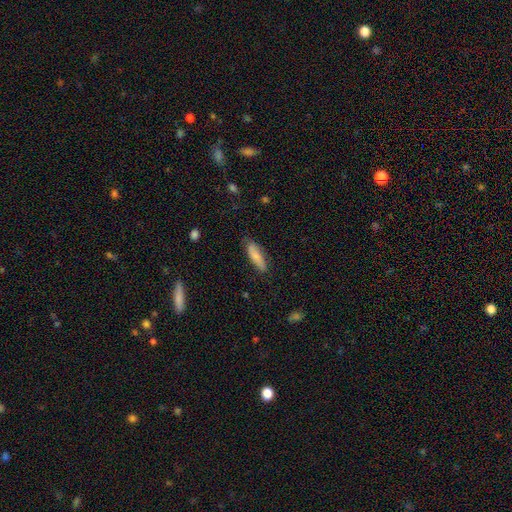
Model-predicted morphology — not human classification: A smooth galaxy with no disk features (78%) that is cigar-shaped (52%). Merging: none (77%).